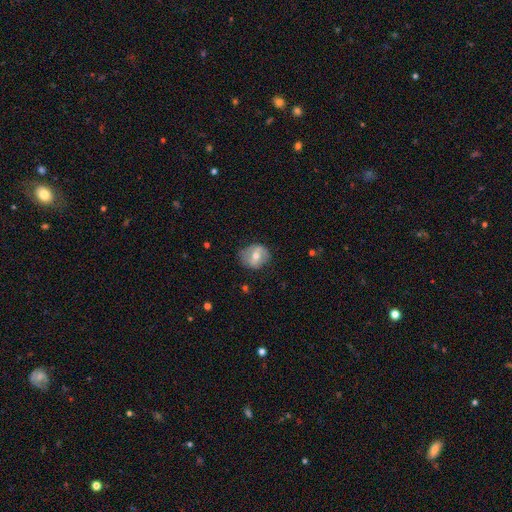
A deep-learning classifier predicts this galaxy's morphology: A featured or disk galaxy (48%). Merging: none (75%).